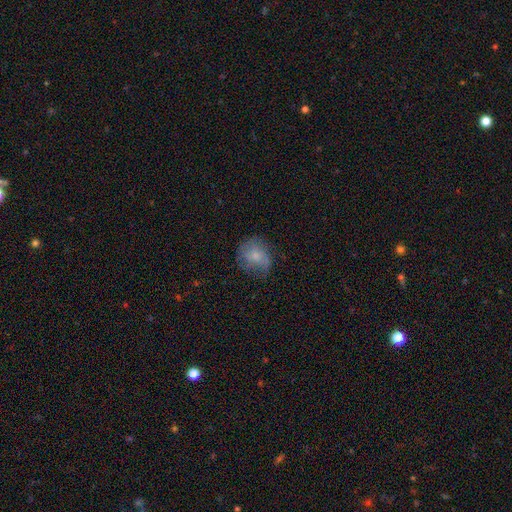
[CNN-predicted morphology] The model was most divided on "merging": none: 58%, minor disturbance: 28%, major disturbance: 13%, merger: 1%. More confident: how rounded — round (65%); smooth or featured — smooth (61%).